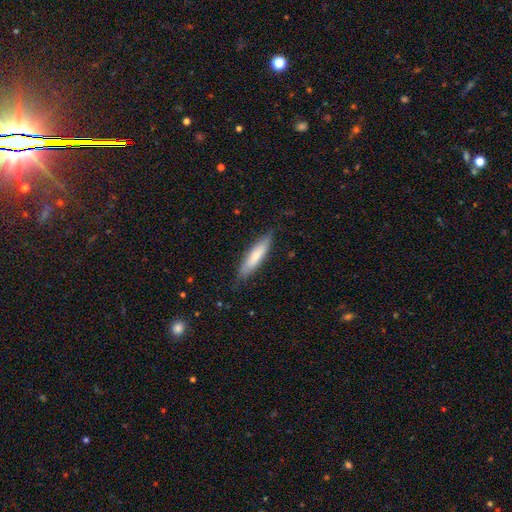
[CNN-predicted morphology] smooth-or-featured: smooth: 66% | featured or disk: 28% | star or artifact: 6%
  how-rounded: cigar-shaped: 79% | in between: 19% | round: 1%
  merging: none: 84% | minor disturbance: 13% | major disturbance: 2% | merger: 1%